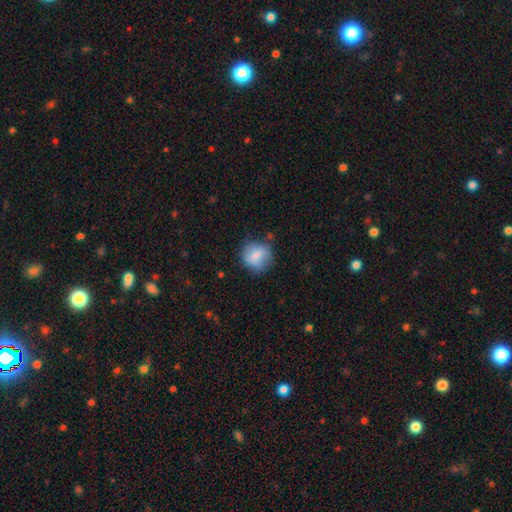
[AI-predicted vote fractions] Smooth or featured? Predicted: smooth (p=0.75). How rounded? Predicted: round (p=0.80). Merging? Predicted: none (p=0.70).